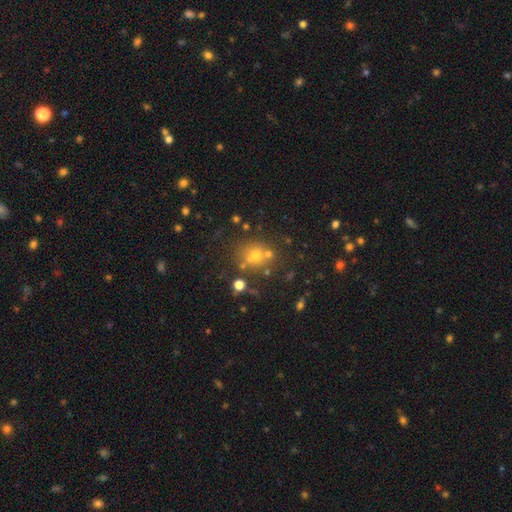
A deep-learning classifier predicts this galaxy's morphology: type=smooth (58%); roundness=round (79%); merging=none (67%).